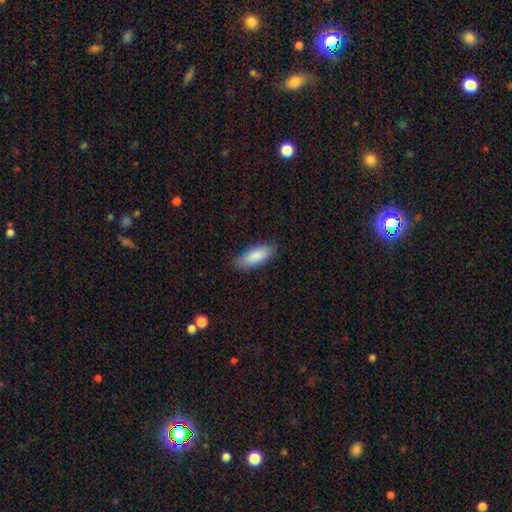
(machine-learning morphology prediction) Q: Smooth or featured?
A: smooth (88%); runner-up: featured or disk (6%)
Q: How rounded?
A: in between (78%); runner-up: cigar-shaped (20%)
Q: Merging?
A: none (84%); runner-up: minor disturbance (13%)